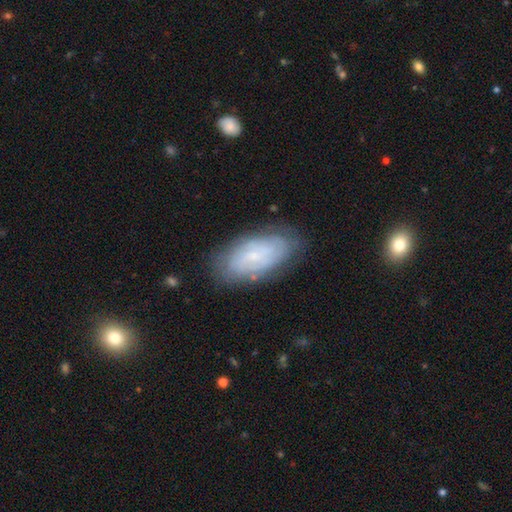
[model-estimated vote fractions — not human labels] A featured or disk galaxy (57%) with no bar (62%), spiral arms (79%) and a small central bulge (78%). Merging: none (76%).